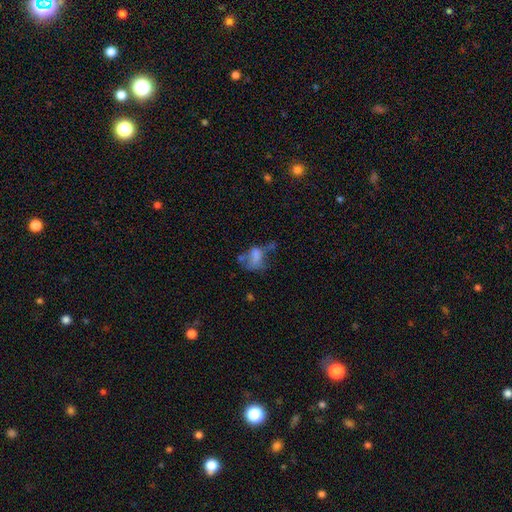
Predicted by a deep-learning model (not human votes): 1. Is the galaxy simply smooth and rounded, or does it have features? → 54% smooth, 31% featured or disk, 15% star or artifact.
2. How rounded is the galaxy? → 76% in between, 21% round, 3% cigar-shaped.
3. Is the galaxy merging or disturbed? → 36% major disturbance, 23% merger, 22% none, 19% minor disturbance.